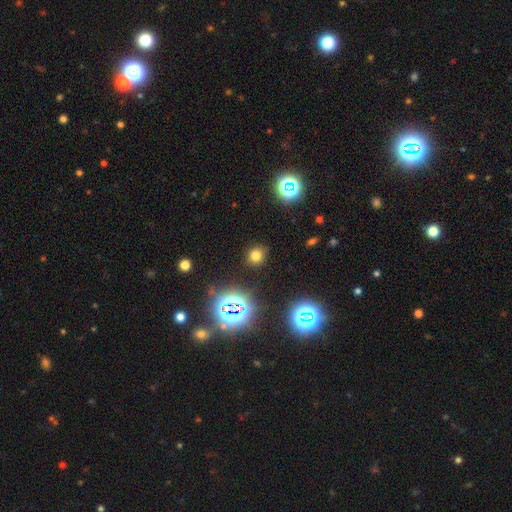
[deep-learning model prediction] A smooth galaxy with no disk features (70%) that is round (84%). Merging: none (88%).